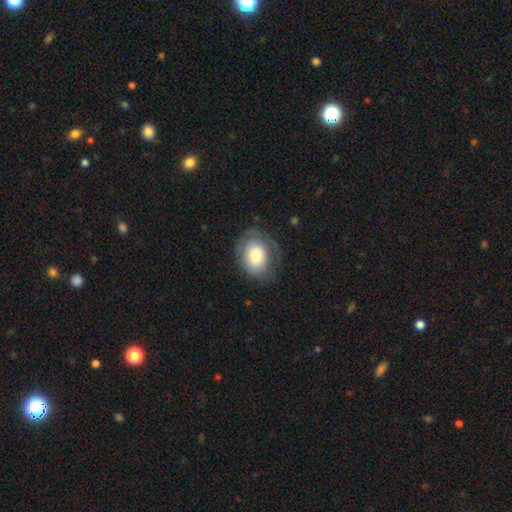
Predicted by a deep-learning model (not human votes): smooth-or-featured: smooth: 65% | featured or disk: 28% | star or artifact: 7%
  how-rounded: in between: 62% | round: 38% | cigar-shaped: 1%
  merging: none: 61% | minor disturbance: 24% | major disturbance: 14% | merger: 1%